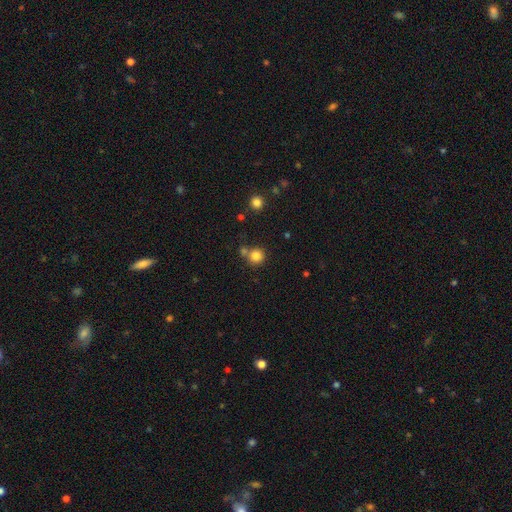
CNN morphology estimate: This is clearly a smooth galaxy (82%). How rounded: clearly round (93%). Merging: likely none (69%).